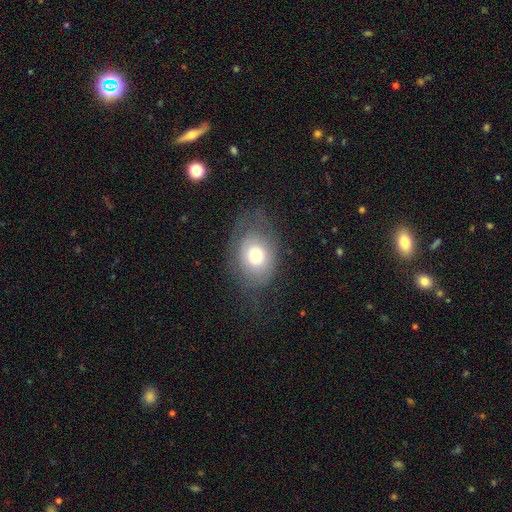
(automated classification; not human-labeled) A smooth galaxy with no disk features (57%) that is in between round and cigar-shaped (66%). Merging: none (60%).